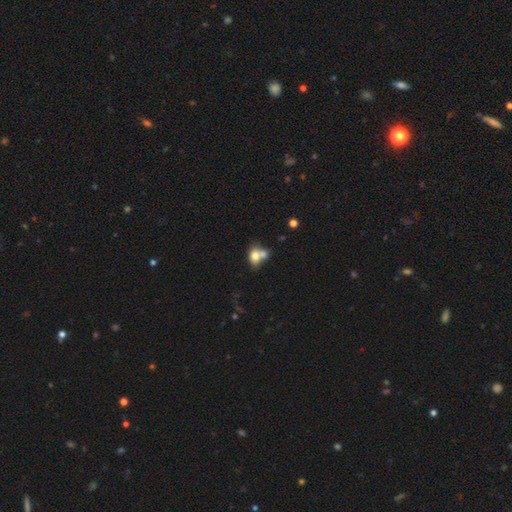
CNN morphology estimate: This appears to be a smooth galaxy with no disk features (73%) that is in between round and cigar-shaped (56%). Merging: merger (56%).